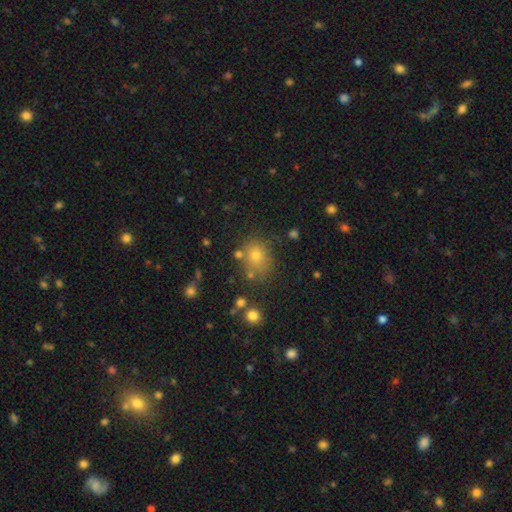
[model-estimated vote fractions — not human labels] Smooth or featured? smooth (71%)
How rounded? round (62%)
Merging? none (71%)